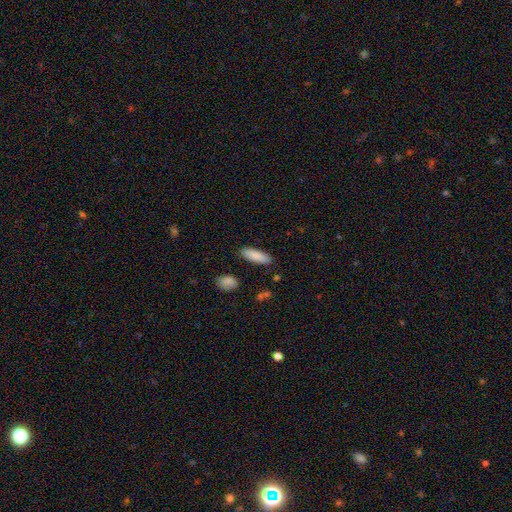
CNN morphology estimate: smooth_or_featured: smooth (p=0.87) [alt: featured or disk p=0.06]
how_rounded: in between (p=0.58) [alt: cigar-shaped p=0.41]
merging: none (p=0.88) [alt: minor disturbance p=0.08]